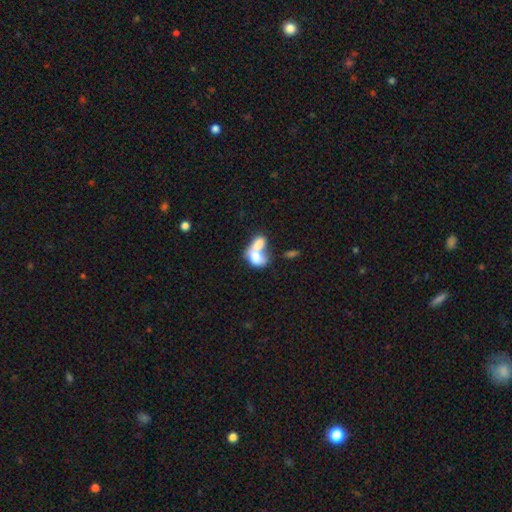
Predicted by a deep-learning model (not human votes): smooth-or-featured: smooth: 70% | featured or disk: 22% | star or artifact: 8%
  how-rounded: in between: 81% | round: 17% | cigar-shaped: 2%
  merging: merger: 76% | none: 12% | major disturbance: 6% | minor disturbance: 6%